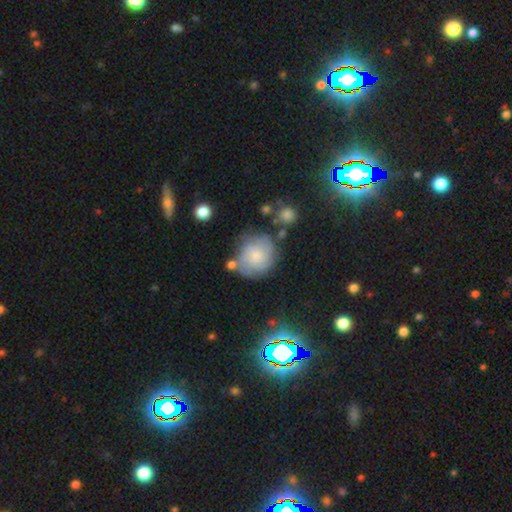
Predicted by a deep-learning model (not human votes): Q: Smooth or featured?
A: featured or disk (58%); runner-up: smooth (33%)
Q: Edge-on disk?
A: no (98%); runner-up: yes (2%)
Q: Bar?
A: no (77%); runner-up: weak (20%)
Q: Spiral arms?
A: yes (88%); runner-up: no (12%)
Q: Spiral winding?
A: tight (59%); runner-up: medium (30%)
Q: Spiral arm count?
A: can't tell (41%); runner-up: 3 (20%)
Q: Bulge size?
A: small (63%); runner-up: moderate (25%)
Q: Merging?
A: none (66%); runner-up: minor disturbance (19%)